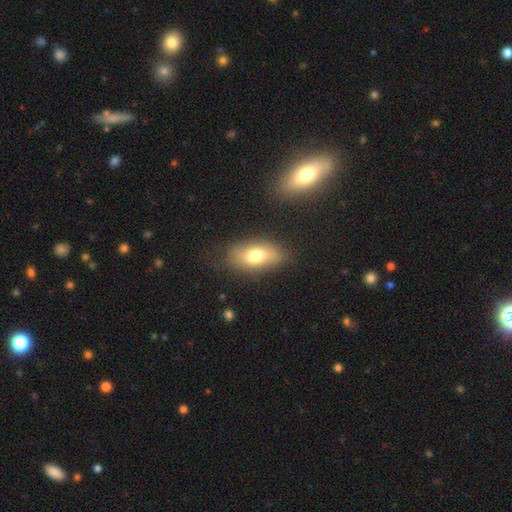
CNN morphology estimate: Smooth or featured: smooth — 74% (featured or disk — 18%)
How rounded: in between — 88% (cigar-shaped — 7%)
Merging: none — 78% (minor disturbance — 15%)